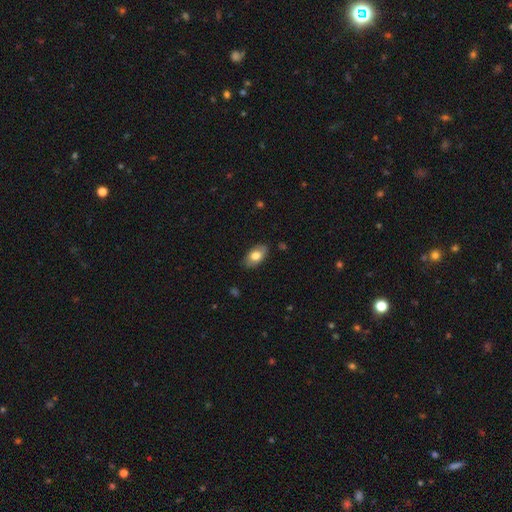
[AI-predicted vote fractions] A smooth galaxy with no disk features (76%) that is in between round and cigar-shaped (92%). Merging: none (84%).